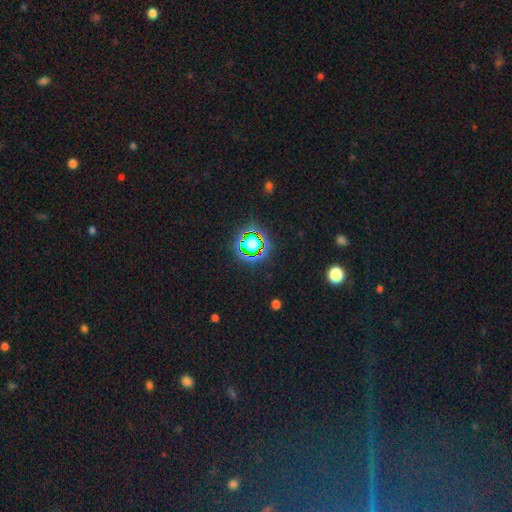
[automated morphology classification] Smooth or featured: star or artifact — 80% (smooth — 13%)